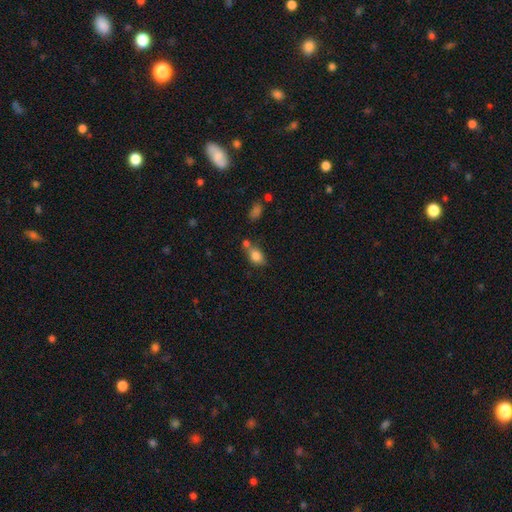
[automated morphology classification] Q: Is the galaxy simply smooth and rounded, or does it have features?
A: smooth — 80%.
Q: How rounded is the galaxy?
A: in between — 76%.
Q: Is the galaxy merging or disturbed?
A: none — 48%.